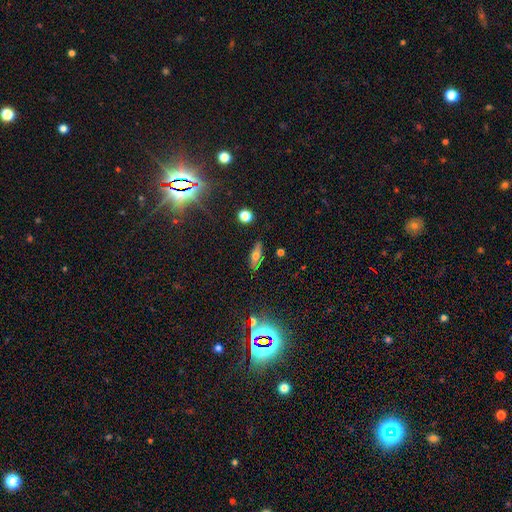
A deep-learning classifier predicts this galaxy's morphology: This appears to be a smooth galaxy with no disk features (56%) that is in between round and cigar-shaped (60%). Merging: none (82%).